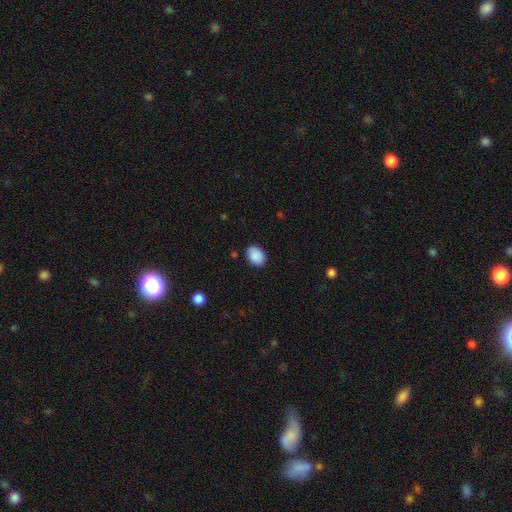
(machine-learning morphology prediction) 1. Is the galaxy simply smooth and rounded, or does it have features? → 90% smooth, 7% star or artifact, 3% featured or disk.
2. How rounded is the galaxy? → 80% in between, 19% round, 1% cigar-shaped.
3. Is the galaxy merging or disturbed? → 86% none, 11% minor disturbance, 2% major disturbance, 1% merger.